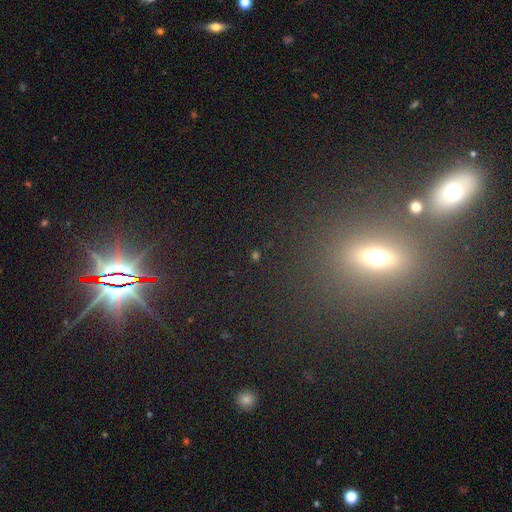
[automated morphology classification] Q: Smooth or featured?
A: star or artifact (62%); runner-up: smooth (29%)